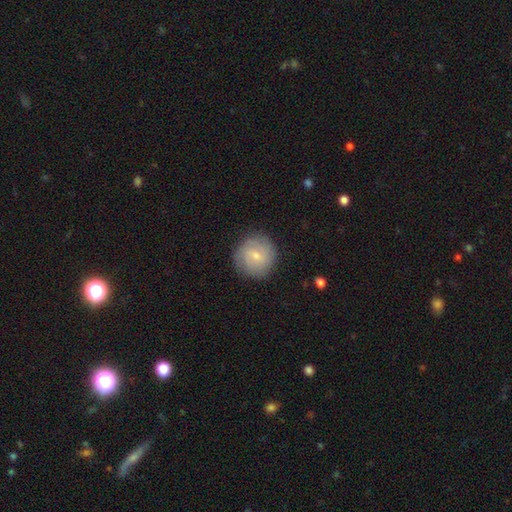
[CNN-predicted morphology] Smooth or featured? smooth (49%)
Merging? none (84%)